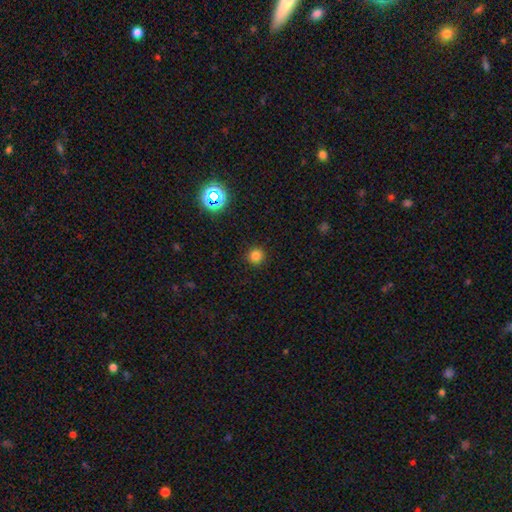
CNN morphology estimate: Smooth or featured?
  - smooth: 79% *
  - star or artifact: 16%
  - featured or disk: 4%
How rounded?
  - round: 95% *
  - in between: 4%
  - cigar-shaped: 1%
Merging?
  - none: 91% *
  - minor disturbance: 6%
  - major disturbance: 2%
  - merger: 1%